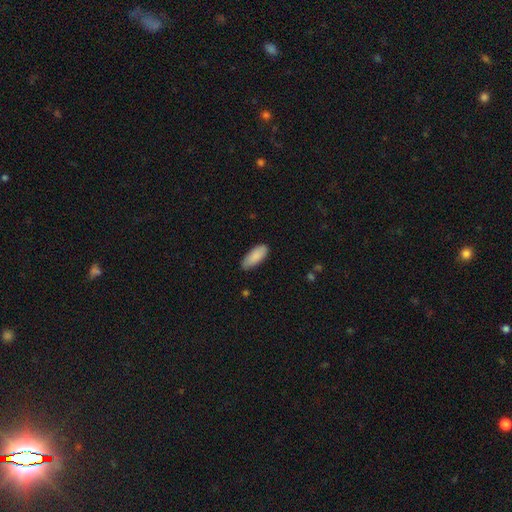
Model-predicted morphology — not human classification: The model was most divided on "merging": none: 80%, minor disturbance: 16%, major disturbance: 2%, merger: 1%. More confident: smooth or featured — smooth (89%); how rounded — in between (83%).